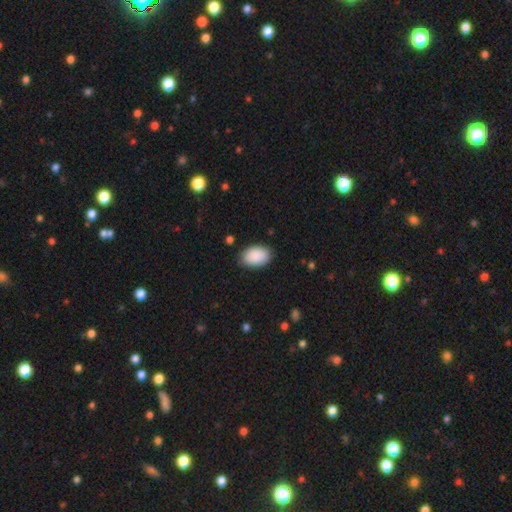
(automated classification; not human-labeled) smooth-or-featured: smooth: 90% | star or artifact: 6% | featured or disk: 4%
  how-rounded: in between: 91% | round: 8% | cigar-shaped: 1%
  merging: none: 85% | minor disturbance: 11% | major disturbance: 3% | merger: 1%